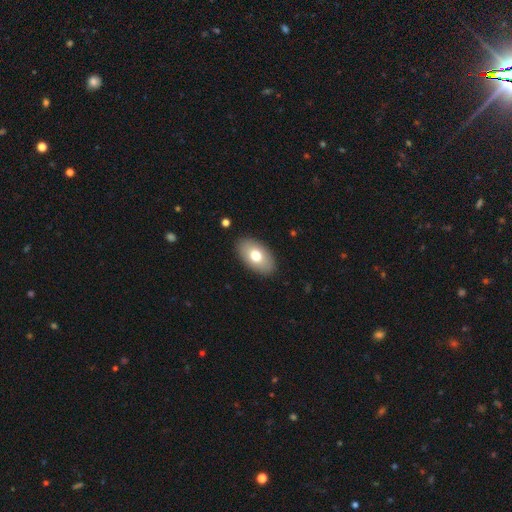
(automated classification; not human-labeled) This is likely a smooth galaxy (72%). How rounded: clearly in between (93%). Merging: clearly none (89%).